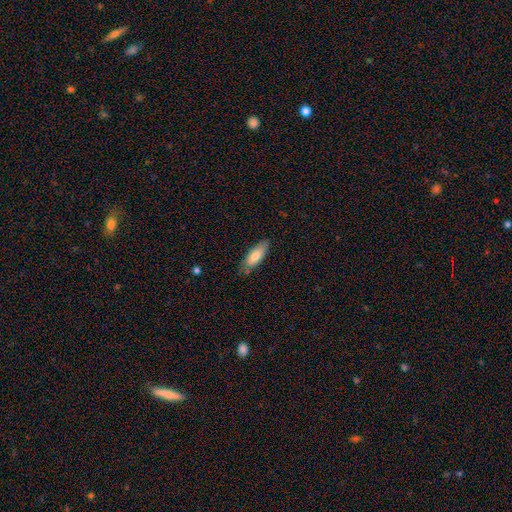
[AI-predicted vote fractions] Smooth or featured: smooth — 77% (featured or disk — 17%)
How rounded: in between — 65% (cigar-shaped — 33%)
Merging: none — 76% (minor disturbance — 19%)